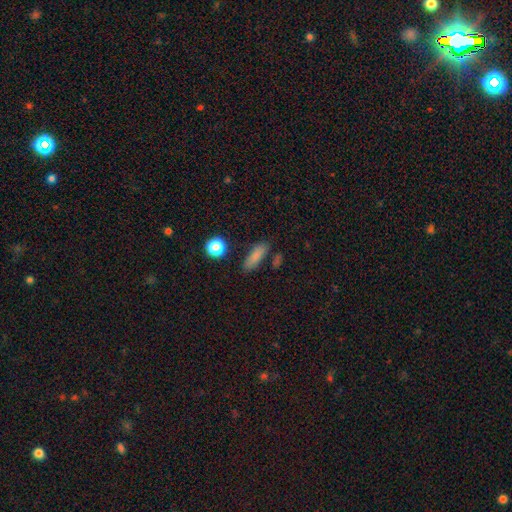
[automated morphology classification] This appears to be a smooth galaxy with no disk features (81%) that is in between round and cigar-shaped (48%). Merging: none (79%).